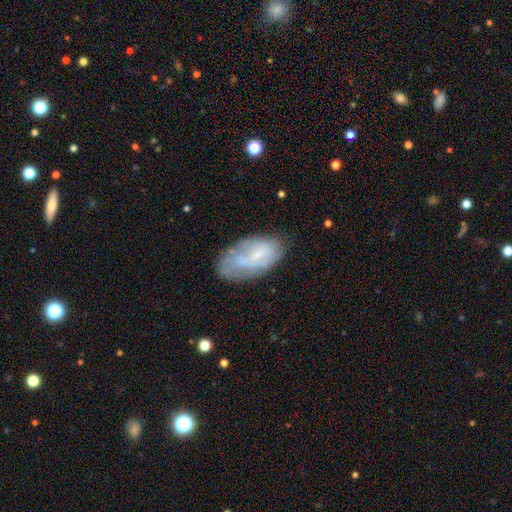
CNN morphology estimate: Overall: smooth (46%, tied with featured or disk). Merging: none (58%; minor disturbance 27%).